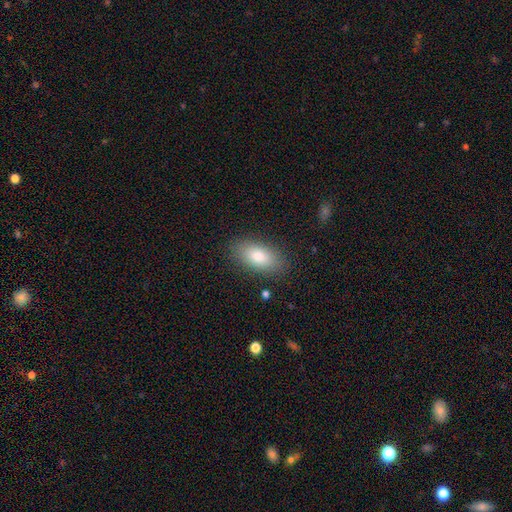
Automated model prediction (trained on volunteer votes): Q: Smooth or featured?
A: smooth (81%); runner-up: featured or disk (12%)
Q: How rounded?
A: in between (90%); runner-up: cigar-shaped (6%)
Q: Merging?
A: none (87%); runner-up: minor disturbance (10%)